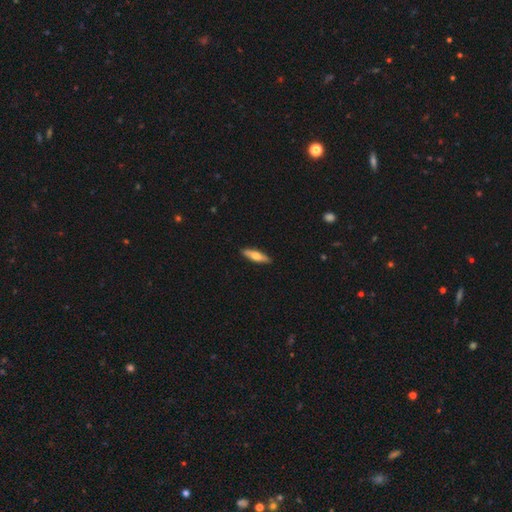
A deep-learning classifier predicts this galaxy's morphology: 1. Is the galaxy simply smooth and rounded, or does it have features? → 58% smooth, 36% featured or disk, 6% star or artifact.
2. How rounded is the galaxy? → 69% cigar-shaped, 29% in between, 2% round.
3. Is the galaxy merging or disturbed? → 90% none, 8% minor disturbance, 1% major disturbance, 1% merger.